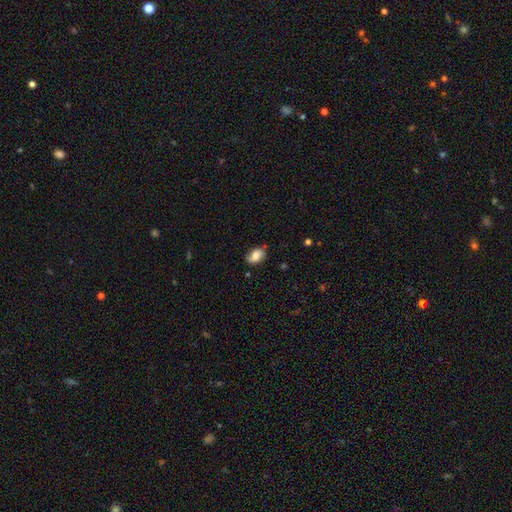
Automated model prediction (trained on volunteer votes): The model was most divided on "smooth or featured": smooth: 67%, featured or disk: 24%, star or artifact: 9%. More confident: how rounded — in between (85%); merging — none (73%).